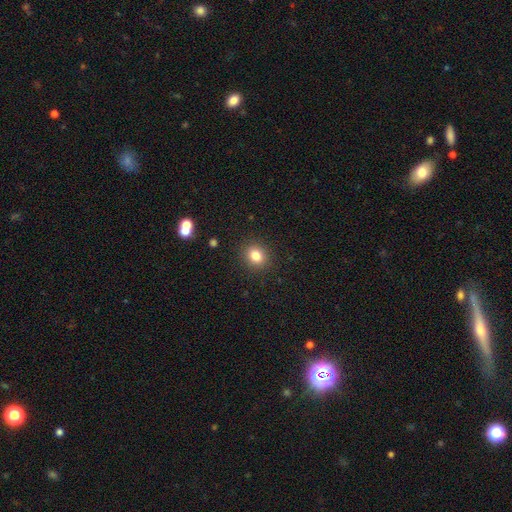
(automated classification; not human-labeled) Morphology: type=smooth (82%); roundness=round (70%); merging=none (89%).